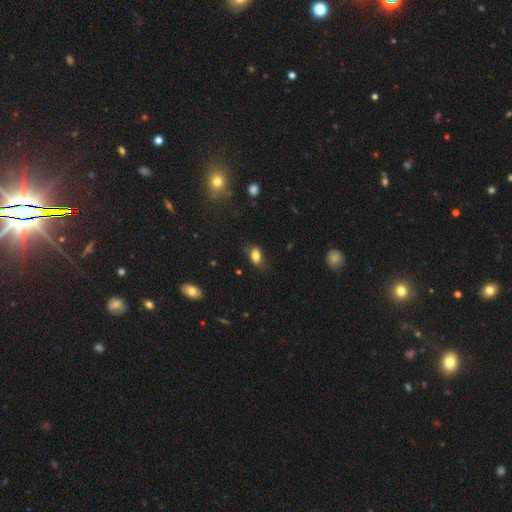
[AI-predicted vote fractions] The model was most divided on "merging": none: 65%, minor disturbance: 25%, major disturbance: 8%, merger: 2%. More confident: how rounded — in between (85%); smooth or featured — smooth (79%).